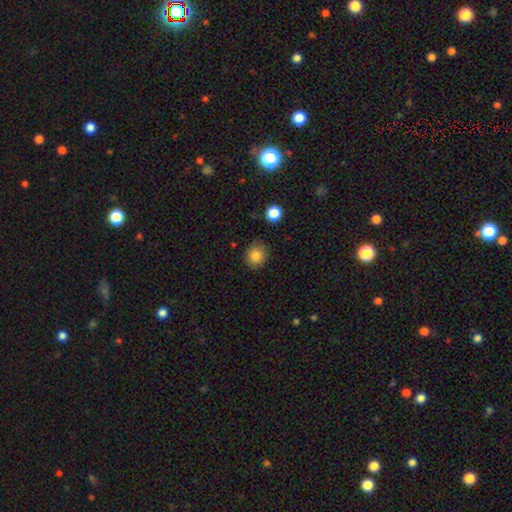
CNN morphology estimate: This appears to be a smooth galaxy with no disk features (84%) that is round (84%). Merging: none (85%).